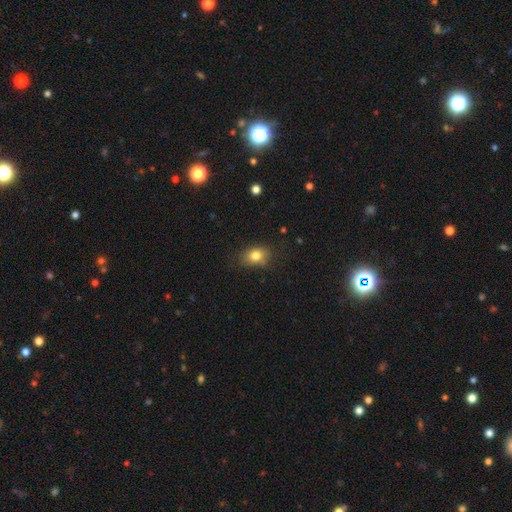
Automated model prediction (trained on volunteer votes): Q: Smooth or featured?
A: smooth (81%); runner-up: star or artifact (10%)
Q: How rounded?
A: in between (69%); runner-up: round (30%)
Q: Merging?
A: none (74%); runner-up: minor disturbance (19%)